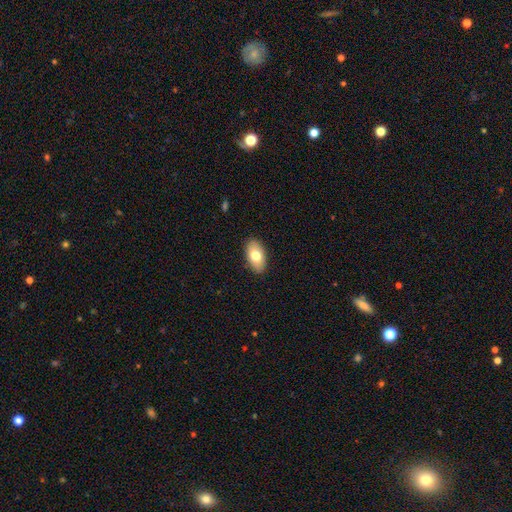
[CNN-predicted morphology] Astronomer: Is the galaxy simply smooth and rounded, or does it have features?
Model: smooth — 75%.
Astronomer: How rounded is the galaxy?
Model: in between — 93%.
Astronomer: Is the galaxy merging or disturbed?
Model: none — 88%.